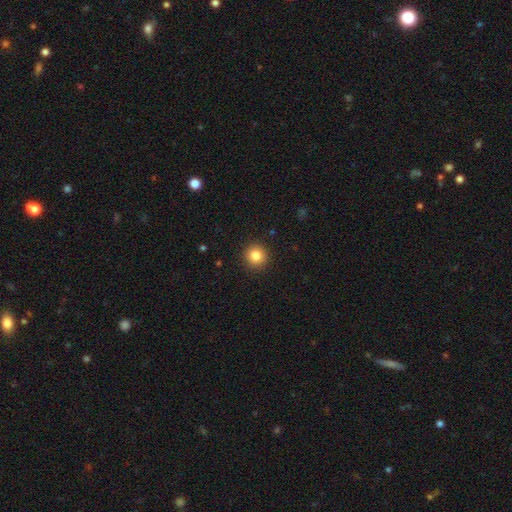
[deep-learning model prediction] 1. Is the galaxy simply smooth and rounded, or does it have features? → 83% smooth, 11% star or artifact, 6% featured or disk.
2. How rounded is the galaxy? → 95% round, 4% in between, 1% cigar-shaped.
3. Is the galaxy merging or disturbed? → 92% none, 5% minor disturbance, 2% major disturbance, 1% merger.